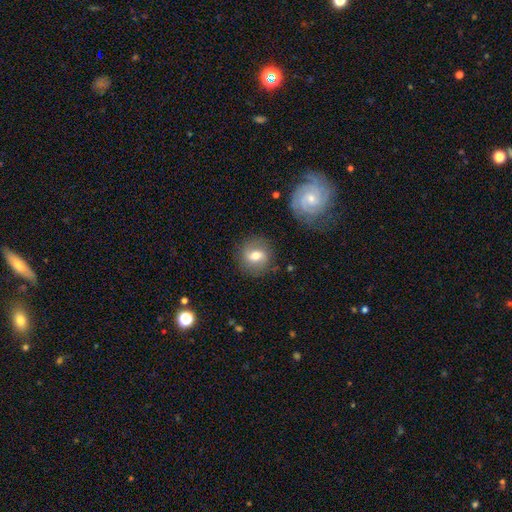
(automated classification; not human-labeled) Smooth or featured? smooth (55%)
How rounded? round (81%)
Merging? none (81%)